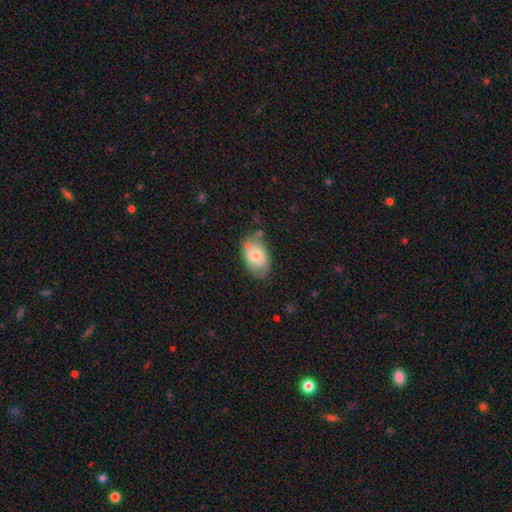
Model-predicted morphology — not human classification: The model was most divided on "merging": none: 57%, minor disturbance: 29%, major disturbance: 7%, merger: 7%. More confident: how rounded — in between (88%); smooth or featured — smooth (69%).